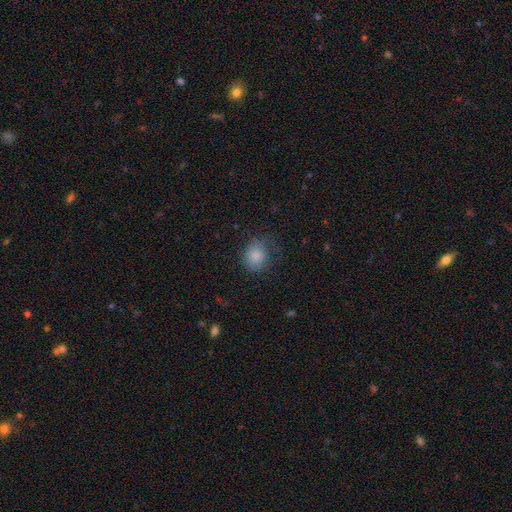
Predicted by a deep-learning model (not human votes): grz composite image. It shows a smooth galaxy with no disk features (84%) that is round (61%). Merging: none (65%).